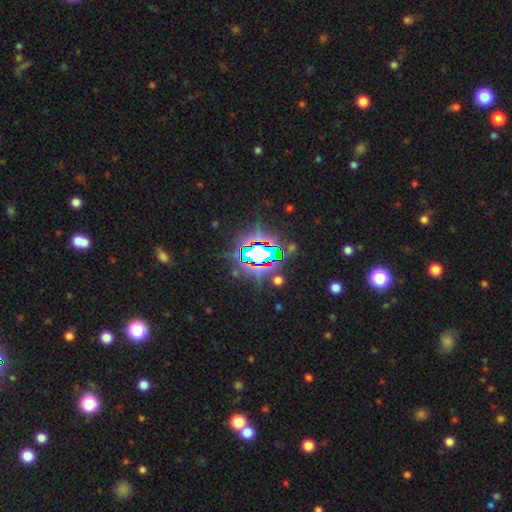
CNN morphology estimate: star or artifact 79%, smooth 11%, featured or disk 10%.